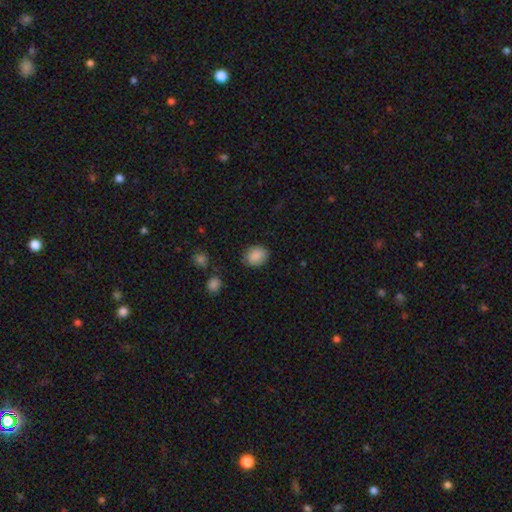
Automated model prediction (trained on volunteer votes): Overall: smooth (88%). How rounded: round (58%; in between 41%). Merging: none (84%).